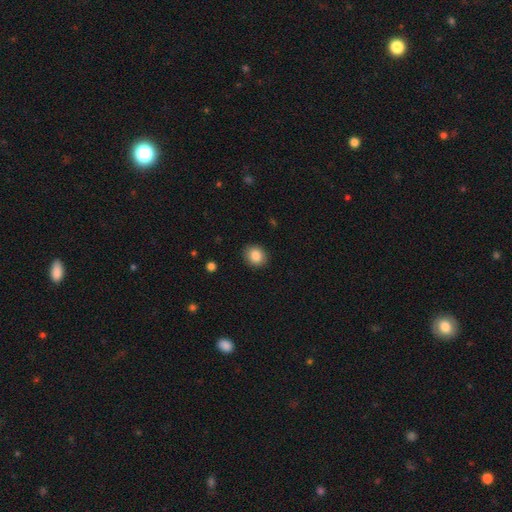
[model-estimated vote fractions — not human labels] Q: Smooth or featured?
A: smooth (85%); runner-up: star or artifact (9%)
Q: How rounded?
A: round (70%); runner-up: in between (29%)
Q: Merging?
A: none (90%); runner-up: minor disturbance (7%)